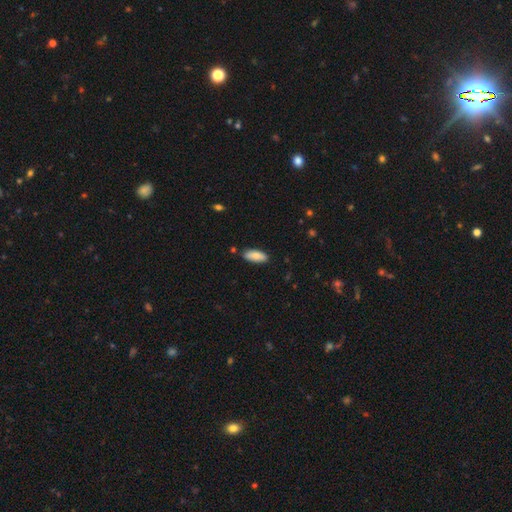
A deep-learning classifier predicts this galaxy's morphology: Q: Smooth or featured?
A: smooth (79%); runner-up: featured or disk (15%)
Q: How rounded?
A: in between (82%); runner-up: cigar-shaped (16%)
Q: Merging?
A: none (84%); runner-up: minor disturbance (11%)